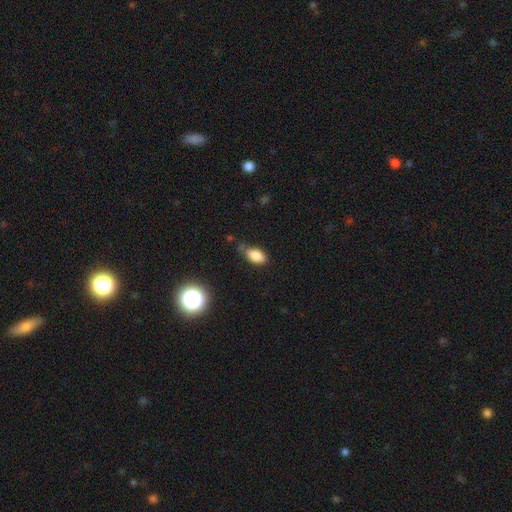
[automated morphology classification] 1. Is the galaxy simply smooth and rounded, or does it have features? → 84% smooth, 10% star or artifact, 6% featured or disk.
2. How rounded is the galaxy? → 90% in between, 7% round, 4% cigar-shaped.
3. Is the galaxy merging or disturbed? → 59% none, 30% minor disturbance, 7% major disturbance, 5% merger.